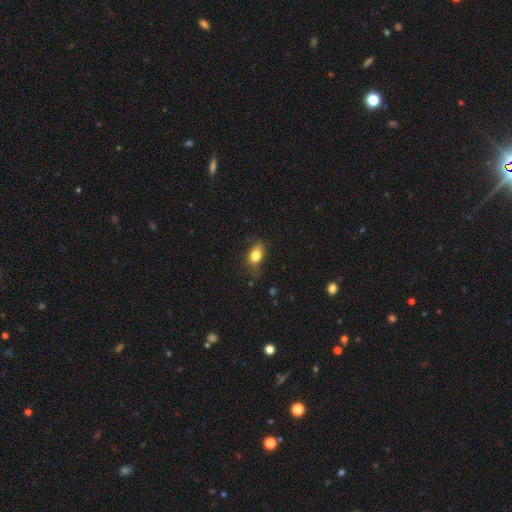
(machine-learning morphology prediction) Q: Smooth or featured?
A: smooth (80%); runner-up: featured or disk (11%)
Q: How rounded?
A: in between (80%); runner-up: round (16%)
Q: Merging?
A: none (64%); runner-up: minor disturbance (27%)